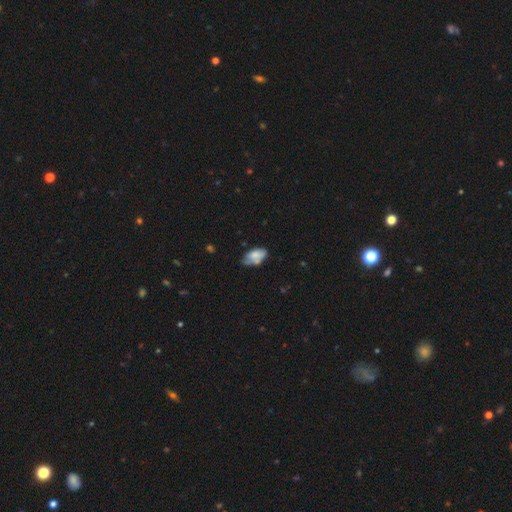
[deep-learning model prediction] smooth_or_featured: smooth (p=0.69) [alt: featured or disk p=0.23]
how_rounded: in between (p=0.93) [alt: round p=0.04]
merging: none (p=0.44) [alt: minor disturbance p=0.36]